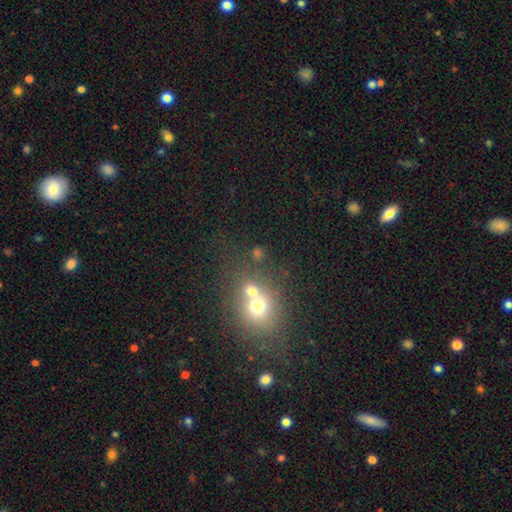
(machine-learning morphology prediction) smooth-or-featured: smooth: 59% | star or artifact: 22% | featured or disk: 19%
  how-rounded: round: 70% | in between: 28% | cigar-shaped: 2%
  merging: merger: 49% | none: 39% | minor disturbance: 8% | major disturbance: 5%